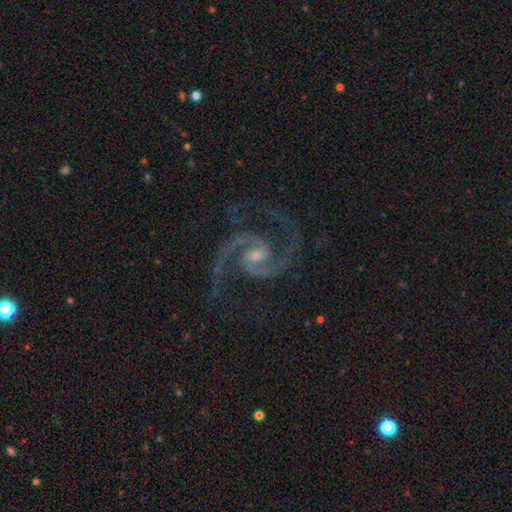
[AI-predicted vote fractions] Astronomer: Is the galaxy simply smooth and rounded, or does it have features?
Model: featured or disk — 94%.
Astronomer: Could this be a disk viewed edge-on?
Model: no — 98%.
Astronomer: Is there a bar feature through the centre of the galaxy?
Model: weak — 46% (runner-up: no, 38%).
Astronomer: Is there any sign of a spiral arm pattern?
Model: yes — 99%.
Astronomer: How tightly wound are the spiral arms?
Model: medium — 68%.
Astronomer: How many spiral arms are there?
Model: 2 — 91%.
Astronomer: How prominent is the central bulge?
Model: moderate — 46% (runner-up: small, 42%).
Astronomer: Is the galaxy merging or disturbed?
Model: none — 77%.